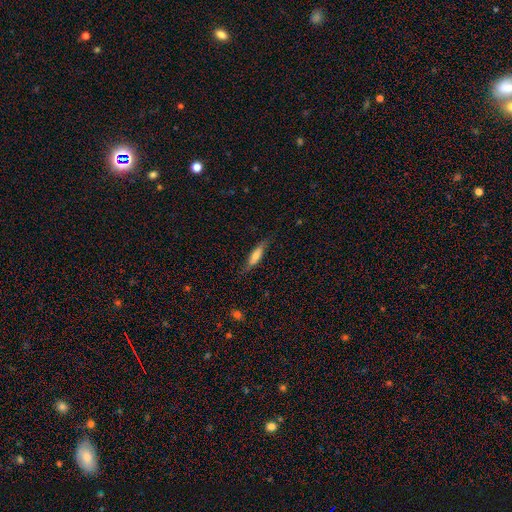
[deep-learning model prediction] Smooth or featured? Predicted: smooth (p=0.59). How rounded? Predicted: cigar-shaped (p=0.58). Merging? Predicted: none (p=0.69).